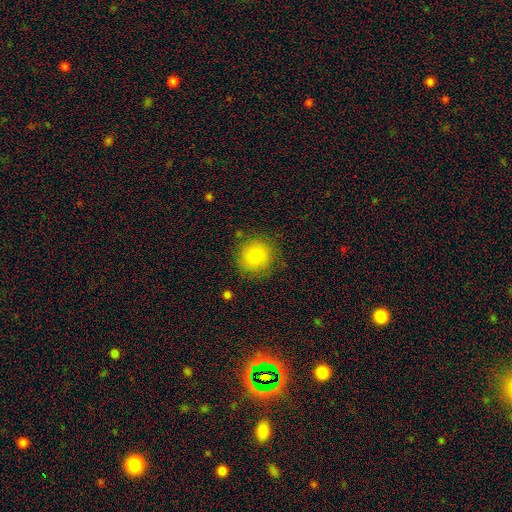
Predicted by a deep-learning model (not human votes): A smooth galaxy with no disk features (82%) that is round (87%).

Vote fractions:
- Smooth or featured? smooth: 82% / star or artifact: 10% / featured or disk: 9%
- How rounded? round: 87% / in between: 12% / cigar-shaped: 1%
- Merging? none: 83% / minor disturbance: 11% / major disturbance: 4% / merger: 2%